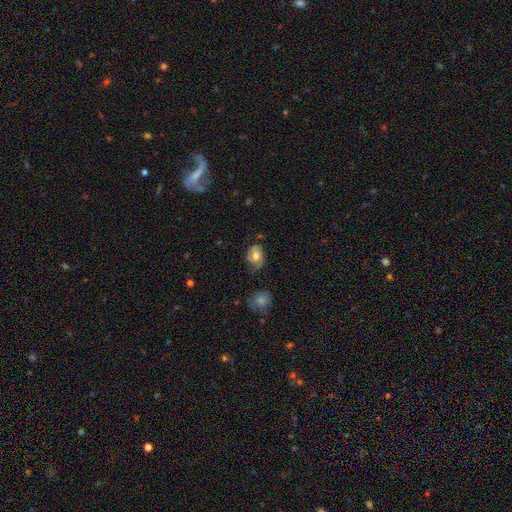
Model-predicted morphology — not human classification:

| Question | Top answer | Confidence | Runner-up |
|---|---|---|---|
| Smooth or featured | smooth | 54% | featured or disk (38%) |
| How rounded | in between | 67% | round (32%) |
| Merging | none | 55% | minor disturbance (30%) |